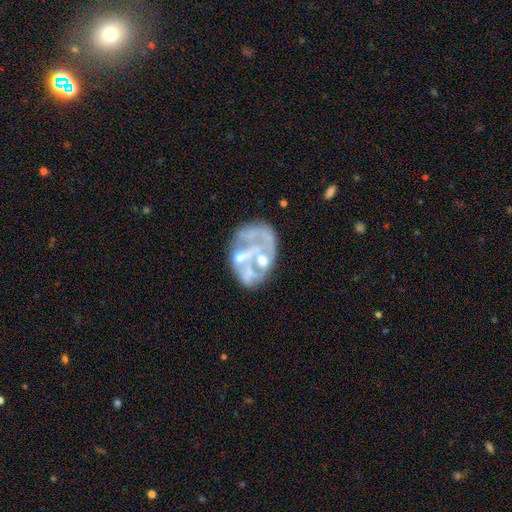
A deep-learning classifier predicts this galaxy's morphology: A featured or disk galaxy (74%) with no bar (76%), no spiral arms (73%) and a moderate central bulge (37%). Merging: none (38%).